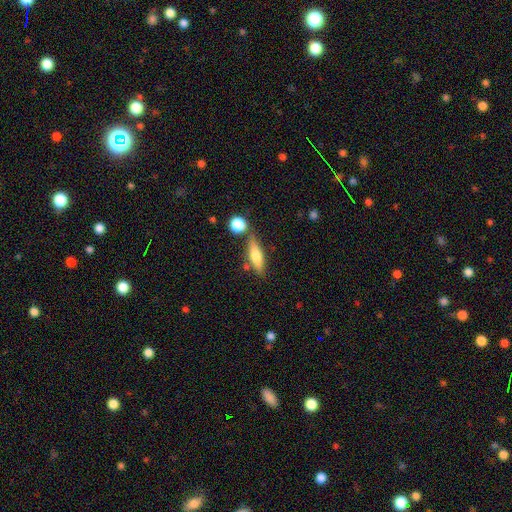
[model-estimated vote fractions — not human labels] smooth_or_featured: smooth (p=0.63) [alt: featured or disk p=0.30]
how_rounded: cigar-shaped (p=0.52) [alt: in between p=0.45]
merging: none (p=0.69) [alt: minor disturbance p=0.14]